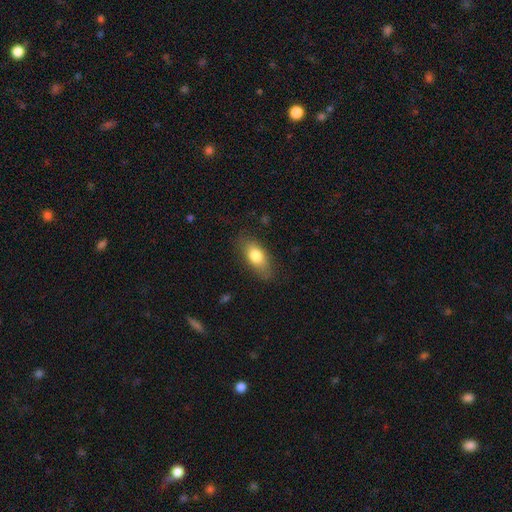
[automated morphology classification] smooth_or_featured: smooth (p=0.78) [alt: featured or disk p=0.15]
how_rounded: in between (p=0.84) [alt: cigar-shaped p=0.11]
merging: none (p=0.78) [alt: minor disturbance p=0.16]